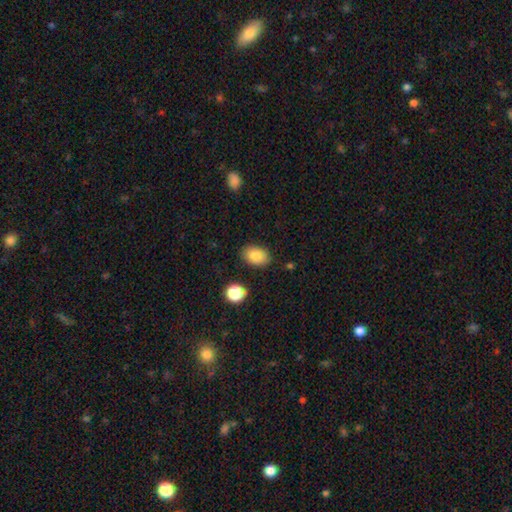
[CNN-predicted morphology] smooth 83%, star or artifact 9%, featured or disk 8%. Down the decision tree: how rounded — in between (83%); merging — none (85%).